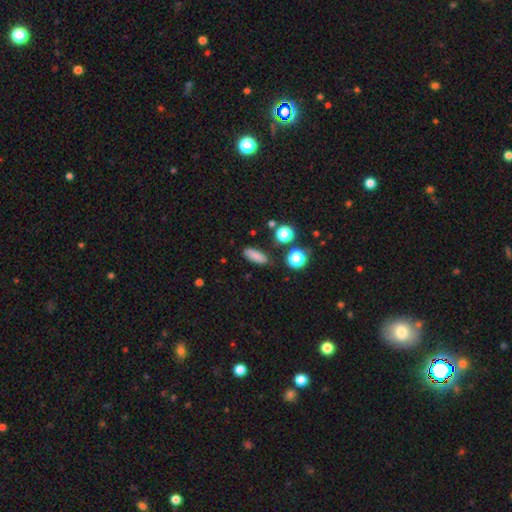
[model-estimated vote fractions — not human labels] Smooth or featured? smooth (82%)
How rounded? in between (65%)
Merging? none (82%)